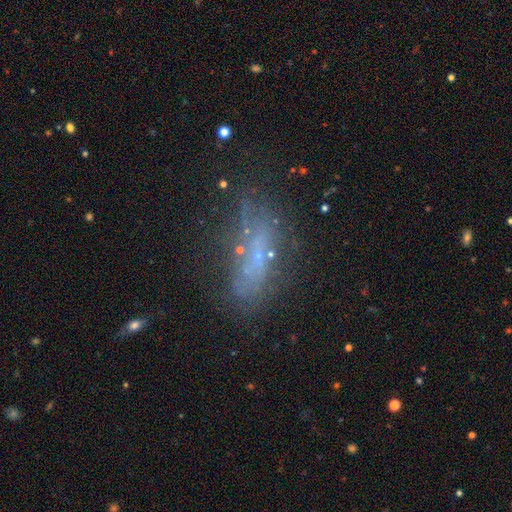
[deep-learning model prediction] featured or disk 41%, smooth 34%, star or artifact 25%. Down the decision tree: merging — none (53%).